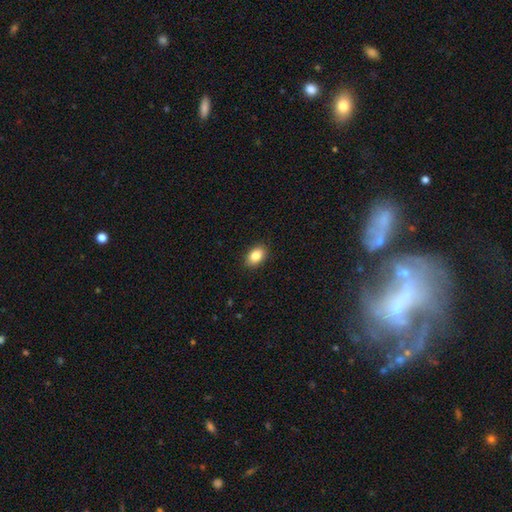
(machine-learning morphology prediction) This is clearly a smooth galaxy (86%). How rounded: clearly in between (83%). Merging: clearly none (89%).